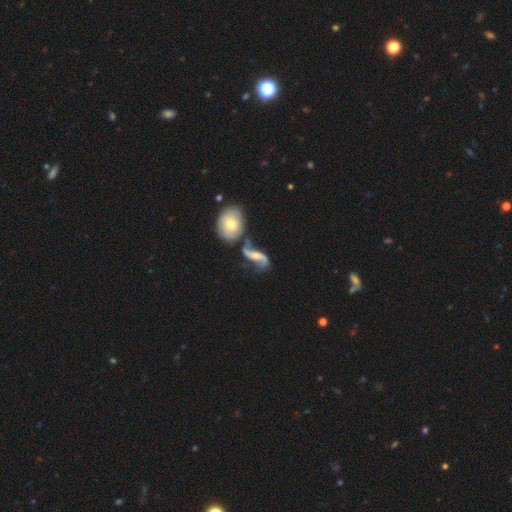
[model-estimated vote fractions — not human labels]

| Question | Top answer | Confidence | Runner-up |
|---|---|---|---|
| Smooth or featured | featured or disk | 81% | smooth (13%) |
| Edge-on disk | no | 93% | yes (7%) |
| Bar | weak | 40% | no (39%) |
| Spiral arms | yes | 93% | no (7%) |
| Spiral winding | loose | 83% | medium (13%) |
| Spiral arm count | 2 | 91% | 1 (3%) |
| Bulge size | moderate | 42% | tied: small (42%) |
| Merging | none | 47% | merger (23%) |